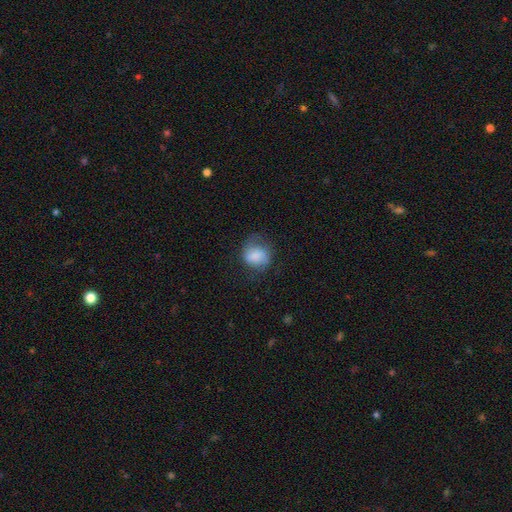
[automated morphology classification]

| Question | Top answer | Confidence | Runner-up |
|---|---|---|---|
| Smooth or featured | smooth | 68% | featured or disk (24%) |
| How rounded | round | 65% | in between (34%) |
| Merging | none | 57% | minor disturbance (26%) |